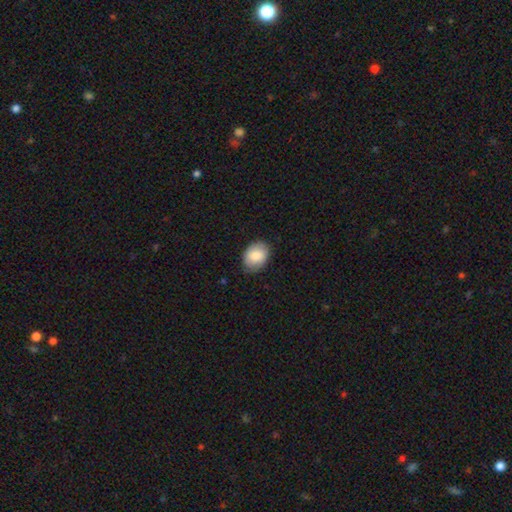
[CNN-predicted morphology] Smooth or featured? smooth (83%)
How rounded? in between (72%)
Merging? none (80%)